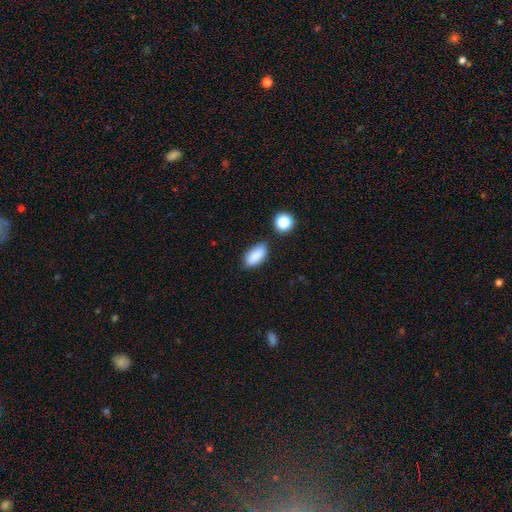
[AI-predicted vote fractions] Smooth or featured?
  - smooth: 87% *
  - star or artifact: 8%
  - featured or disk: 5%
How rounded?
  - in between: 90% *
  - cigar-shaped: 6%
  - round: 4%
Merging?
  - none: 80% *
  - minor disturbance: 13%
  - merger: 4%
  - major disturbance: 3%